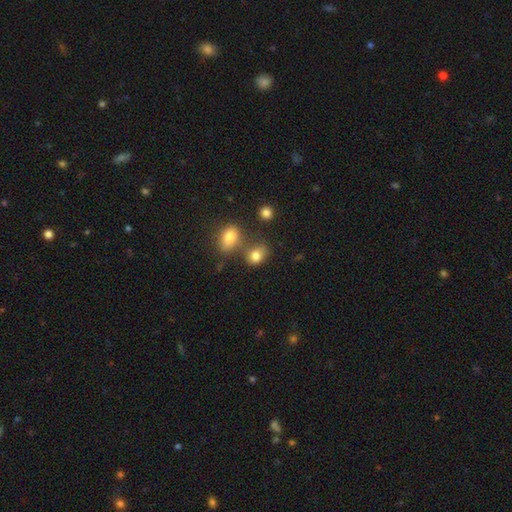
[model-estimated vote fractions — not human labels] This appears to be a smooth galaxy with no disk features (82%) that is in between round and cigar-shaped (66%). Merging: none (49%).